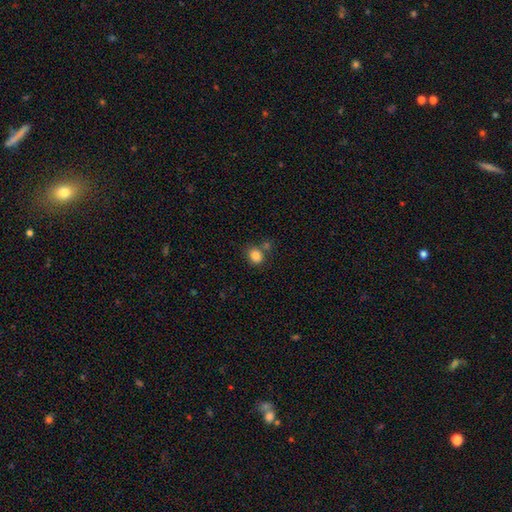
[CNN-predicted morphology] smooth_or_featured: smooth (p=0.83) [alt: star or artifact p=0.11]
how_rounded: round (p=0.66) [alt: in between p=0.33]
merging: none (p=0.66) [alt: merger p=0.17]